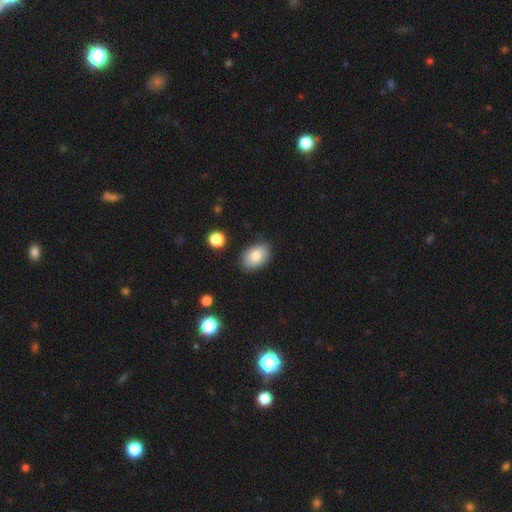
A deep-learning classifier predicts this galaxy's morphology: type=smooth (81%); roundness=in between (88%); merging=none (84%).